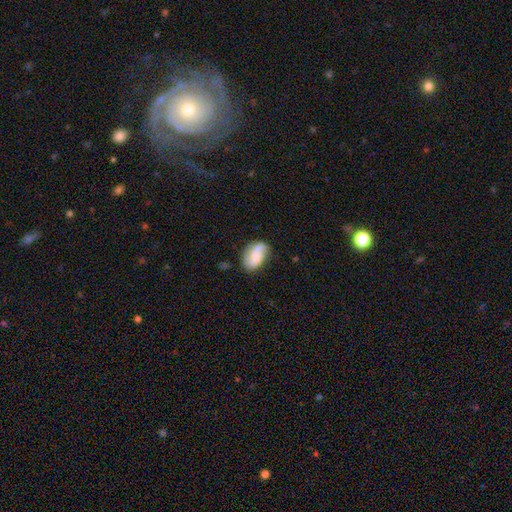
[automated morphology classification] The model was most divided on "bulge size": small: 40%, moderate: 33%, none: 18%, large: 6%, dominant: 2%. More confident: edge-on disk — no (97%); spiral arms — yes (90%); merging — none (62%); bar — no (58%); smooth or featured — featured or disk (57%).